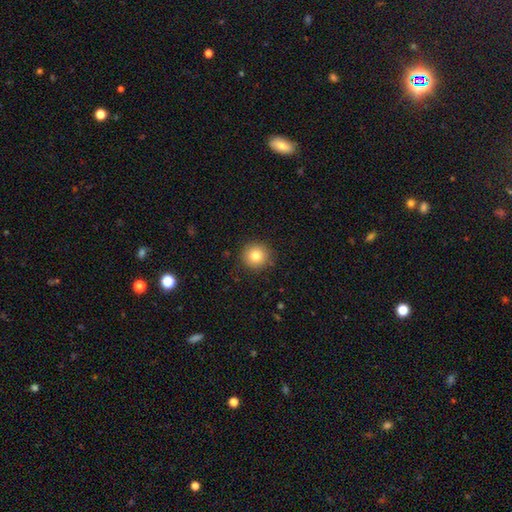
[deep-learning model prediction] smooth 81%, star or artifact 11%, featured or disk 8%. Down the decision tree: how rounded — round (94%); merging — none (90%).